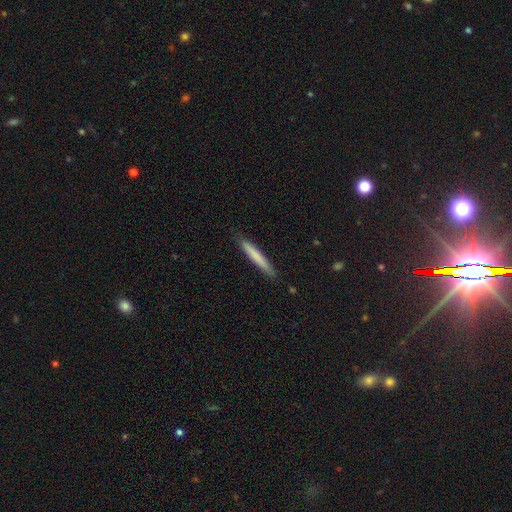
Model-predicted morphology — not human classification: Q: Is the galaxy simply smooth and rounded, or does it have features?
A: smooth — 74%.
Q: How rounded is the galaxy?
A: cigar-shaped — 96%.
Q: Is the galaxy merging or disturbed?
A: none — 88%.